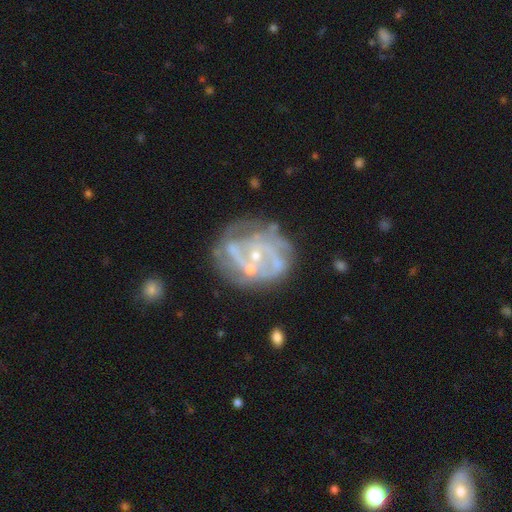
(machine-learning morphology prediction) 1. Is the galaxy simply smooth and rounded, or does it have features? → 80% featured or disk, 11% smooth, 9% star or artifact.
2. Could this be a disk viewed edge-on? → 98% no, 2% yes.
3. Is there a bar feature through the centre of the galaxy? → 65% no, 26% weak, 9% strong.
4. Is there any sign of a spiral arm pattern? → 71% yes, 29% no.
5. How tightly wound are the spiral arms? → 43% tight, 38% medium, 19% loose.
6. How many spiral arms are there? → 38% can't tell, 26% 2, 18% 3, 8% 4, 6% 1, 5% more than 4.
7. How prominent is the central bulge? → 73% small, 18% moderate, 6% none, 1% large, 1% dominant.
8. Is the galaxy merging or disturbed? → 52% none, 20% minor disturbance, 17% major disturbance, 11% merger.